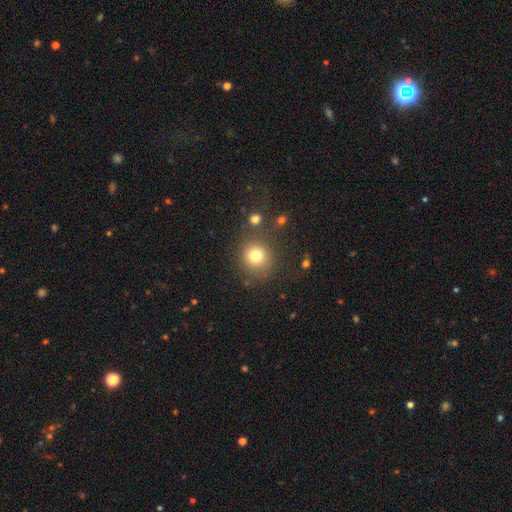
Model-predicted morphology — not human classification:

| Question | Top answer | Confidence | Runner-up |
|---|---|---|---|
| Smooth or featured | smooth | 77% | star or artifact (13%) |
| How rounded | round | 90% | in between (9%) |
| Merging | none | 80% | minor disturbance (10%) |